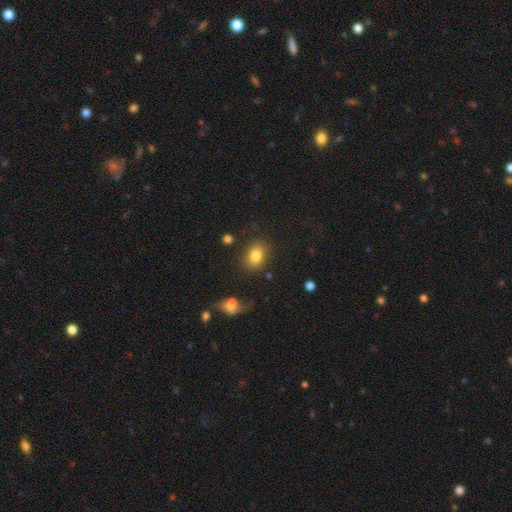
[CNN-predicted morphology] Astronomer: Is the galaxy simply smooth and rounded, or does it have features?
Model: smooth — 81%.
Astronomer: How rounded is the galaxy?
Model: in between — 60% (runner-up: round, 39%).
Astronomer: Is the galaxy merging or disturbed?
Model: none — 82%.